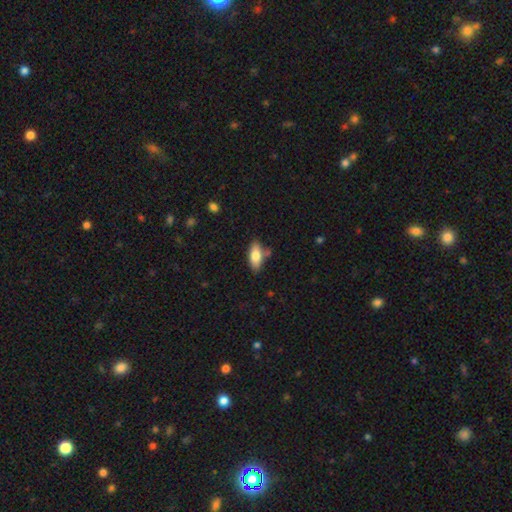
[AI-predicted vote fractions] A smooth galaxy with no disk features (78%) that is in between round and cigar-shaped (81%).

Vote fractions:
- Smooth or featured? smooth: 78% / featured or disk: 15% / star or artifact: 6%
- How rounded? in between: 81% / cigar-shaped: 17% / round: 3%
- Merging? none: 73% / minor disturbance: 16% / merger: 8% / major disturbance: 3%